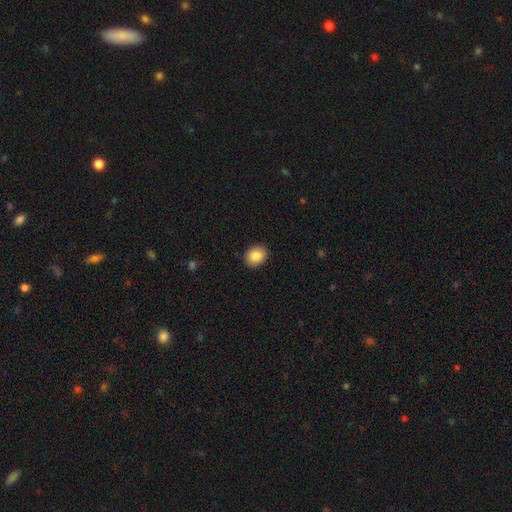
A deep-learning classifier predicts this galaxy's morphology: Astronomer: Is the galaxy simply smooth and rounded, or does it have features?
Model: smooth — 86%.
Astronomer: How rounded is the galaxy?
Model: round — 51% (runner-up: in between, 49%).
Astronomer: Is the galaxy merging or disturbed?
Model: none — 90%.